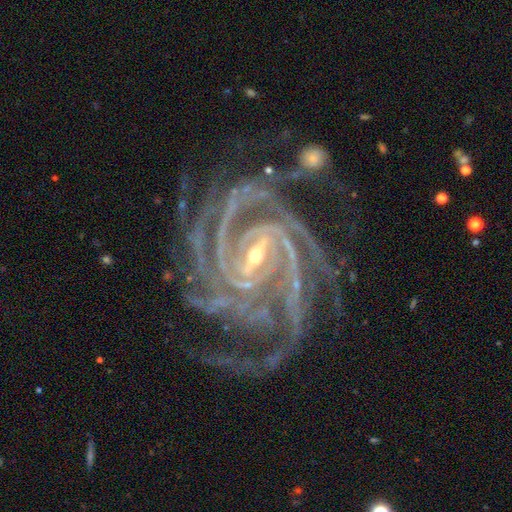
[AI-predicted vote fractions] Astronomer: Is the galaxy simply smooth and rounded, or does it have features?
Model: featured or disk — 93%.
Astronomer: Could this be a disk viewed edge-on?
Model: no — 98%.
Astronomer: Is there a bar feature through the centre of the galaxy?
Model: strong — 55% (runner-up: weak, 33%).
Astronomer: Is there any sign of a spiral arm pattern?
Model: yes — 99%.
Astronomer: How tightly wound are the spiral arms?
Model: tight — 73%.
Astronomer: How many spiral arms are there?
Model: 4 — 34% (runner-up: more than 4, 20%).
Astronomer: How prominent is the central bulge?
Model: small — 65%.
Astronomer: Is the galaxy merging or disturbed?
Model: none — 62%.